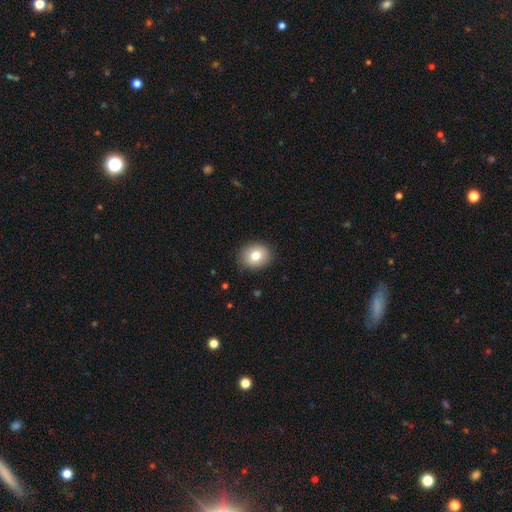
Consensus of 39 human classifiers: Q: Smooth or featured?
A: smooth (72%); runner-up: featured or disk (18%)
Q: How rounded?
A: round (57%); runner-up: in between (43%)
Q: Merging?
A: none (86%); runner-up: minor disturbance (6%)